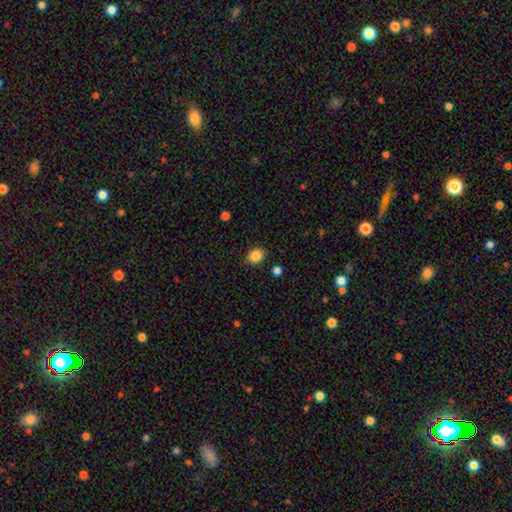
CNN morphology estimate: Overall: smooth (86%). How rounded: round (79%). Merging: none (85%).